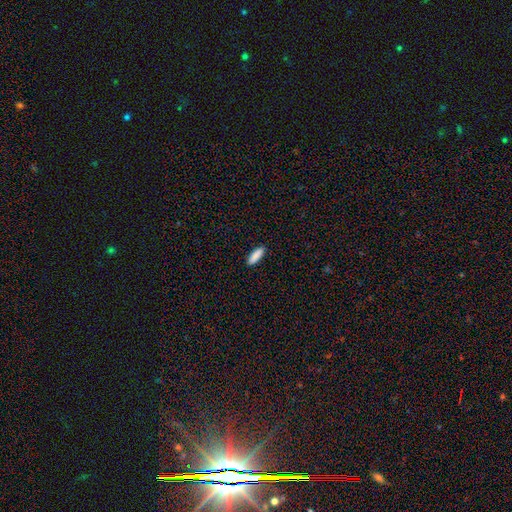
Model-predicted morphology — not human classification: The model was most divided on "how rounded": in between: 52%, cigar-shaped: 46%, round: 2%. More confident: merging — none (90%); smooth or featured — smooth (89%).